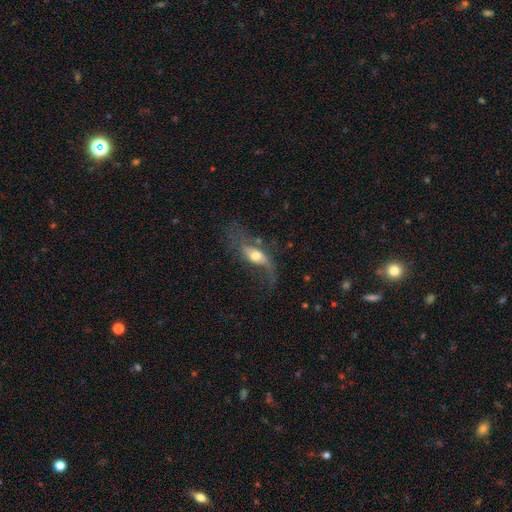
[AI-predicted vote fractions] The model was most divided on "merging": none: 42%, major disturbance: 32%, minor disturbance: 21%, merger: 4%. More confident: edge-on disk — no (78%); spiral arms — yes (78%); smooth or featured — featured or disk (66%); bulge size — moderate (64%); bar — no (55%).